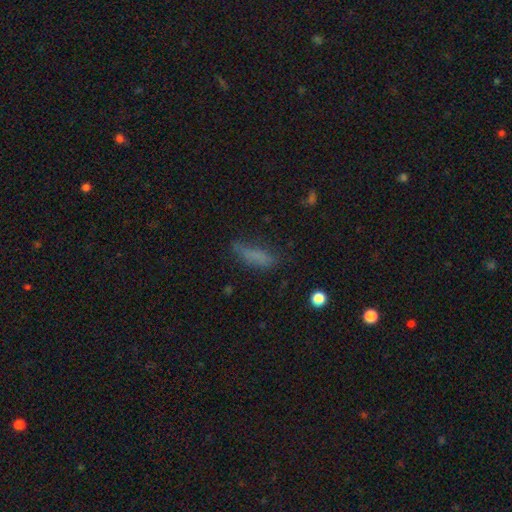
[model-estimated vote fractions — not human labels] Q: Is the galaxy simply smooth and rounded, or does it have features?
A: smooth — 73%.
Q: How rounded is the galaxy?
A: cigar-shaped — 62%.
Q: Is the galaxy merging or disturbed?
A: none — 58%.